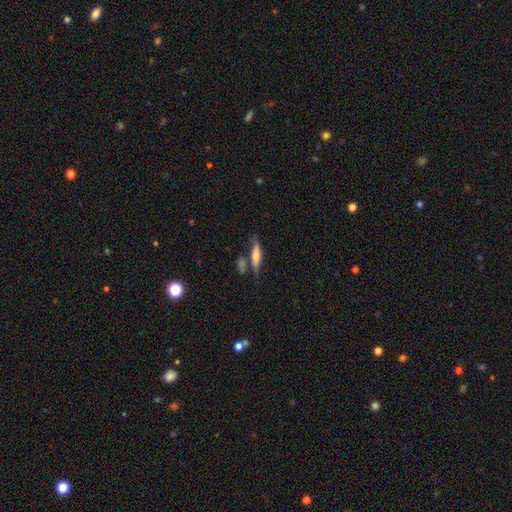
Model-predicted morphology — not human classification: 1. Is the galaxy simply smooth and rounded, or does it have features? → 47% smooth, 46% featured or disk, 7% star or artifact.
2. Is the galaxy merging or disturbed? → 66% none, 16% minor disturbance, 13% merger, 5% major disturbance.